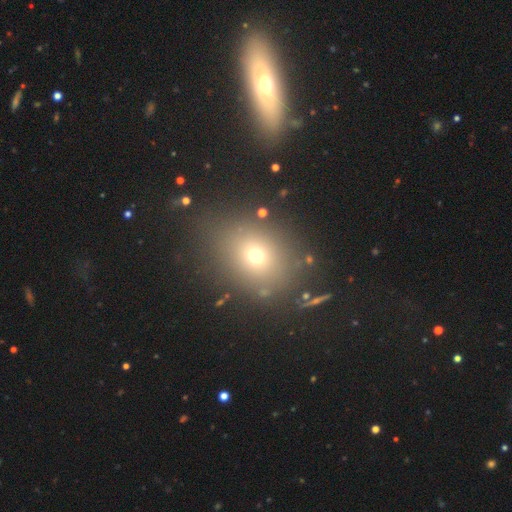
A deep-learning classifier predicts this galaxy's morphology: This appears to be a smooth galaxy with no disk features (65%) that is round (60%). Merging: none (80%).